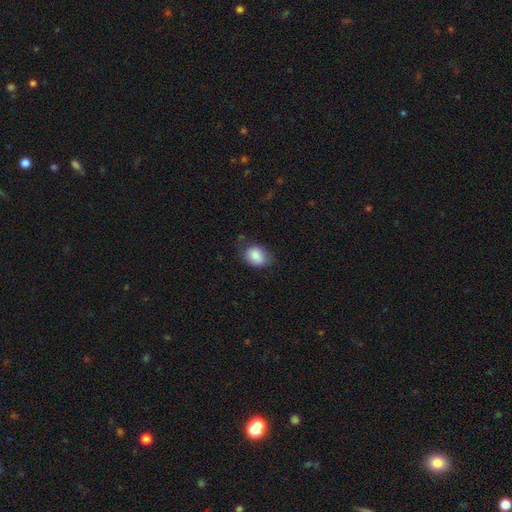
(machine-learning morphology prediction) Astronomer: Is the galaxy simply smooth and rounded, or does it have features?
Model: smooth — 83%.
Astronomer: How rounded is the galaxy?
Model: in between — 64%.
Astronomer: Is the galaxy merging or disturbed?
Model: none — 66%.